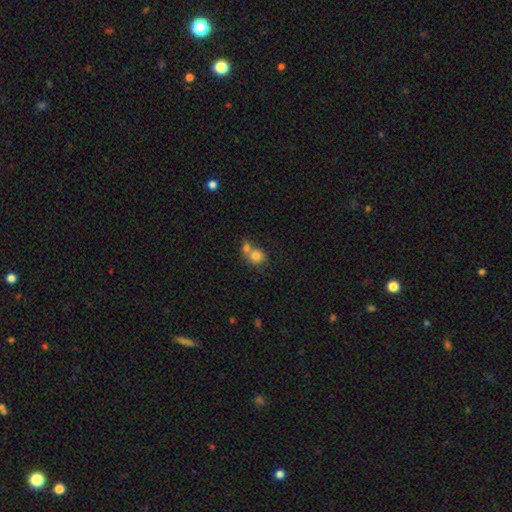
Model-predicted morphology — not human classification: smooth_or_featured: smooth (p=0.78) [alt: featured or disk p=0.12]
how_rounded: round (p=0.75) [alt: in between p=0.23]
merging: merger (p=0.55) [alt: none p=0.32]